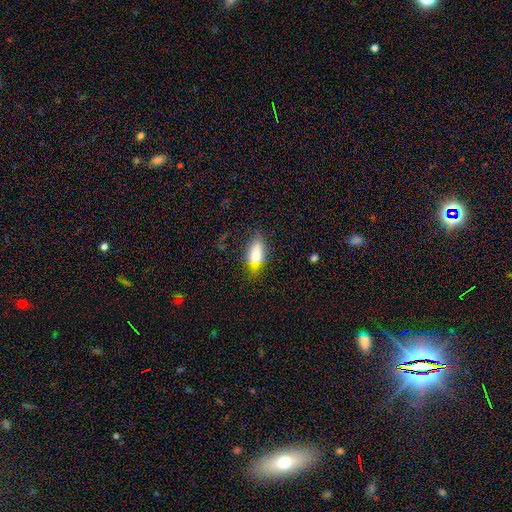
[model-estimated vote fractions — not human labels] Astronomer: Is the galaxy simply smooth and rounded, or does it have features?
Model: smooth — 71%.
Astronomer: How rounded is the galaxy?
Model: in between — 82%.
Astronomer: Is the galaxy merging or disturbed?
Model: none — 69%.